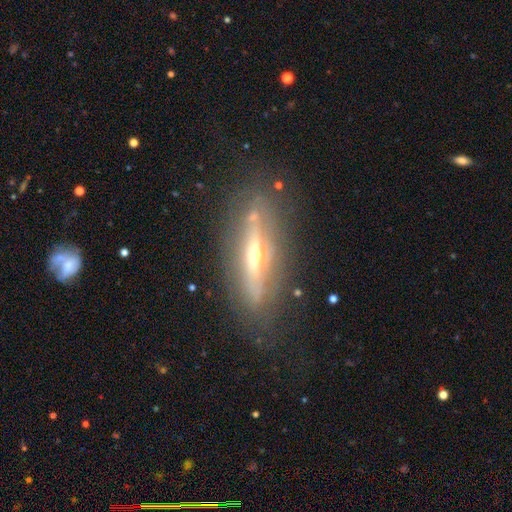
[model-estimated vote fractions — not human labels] A featured or disk galaxy (75%) viewed edge-on (82%) with a rounded central bulge (89%).

Vote fractions:
- Smooth or featured? featured or disk: 75% / smooth: 18% / star or artifact: 7%
- Edge-on disk? yes: 82% / no: 18%
- Edge-on bulge? rounded: 89% / none: 7% / boxy: 4%
- Merging? none: 76% / minor disturbance: 15% / major disturbance: 6% / merger: 3%